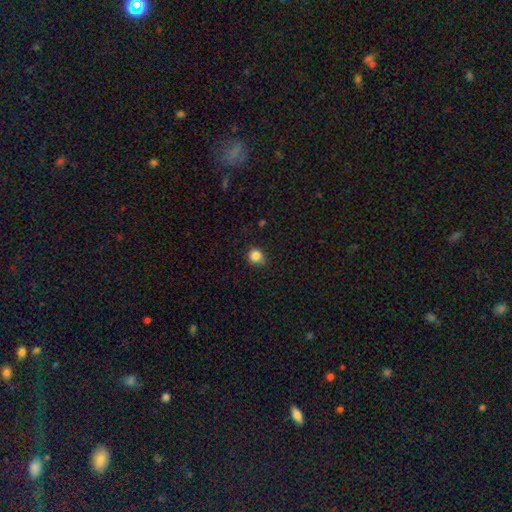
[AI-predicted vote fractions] The model was most divided on "merging": none: 72%, minor disturbance: 23%, major disturbance: 4%, merger: 2%. More confident: smooth or featured — smooth (84%); how rounded — round (81%).